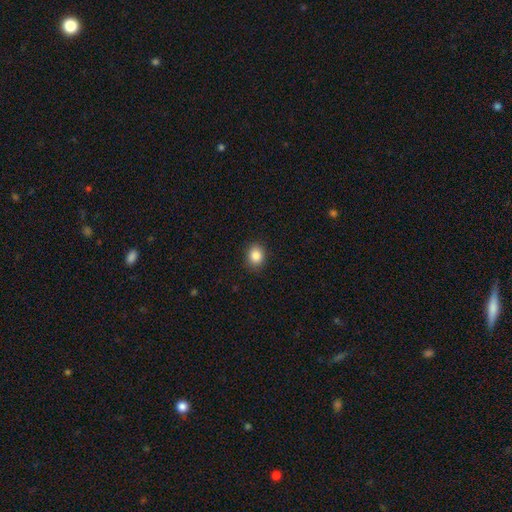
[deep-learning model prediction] The model was most divided on "how rounded": round: 56%, in between: 43%, cigar-shaped: 1%. More confident: merging — none (89%); smooth or featured — smooth (86%).